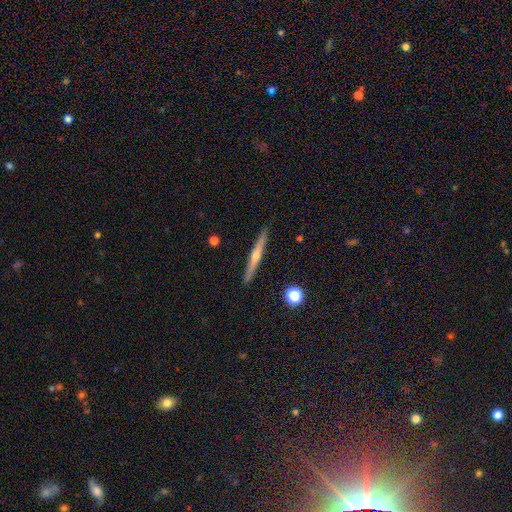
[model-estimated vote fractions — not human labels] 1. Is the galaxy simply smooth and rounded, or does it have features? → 62% featured or disk, 32% smooth, 7% star or artifact.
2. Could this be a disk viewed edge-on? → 97% yes, 3% no.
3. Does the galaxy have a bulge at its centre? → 74% rounded, 23% none, 4% boxy.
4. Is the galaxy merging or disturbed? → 91% none, 6% minor disturbance, 1% major disturbance, 1% merger.